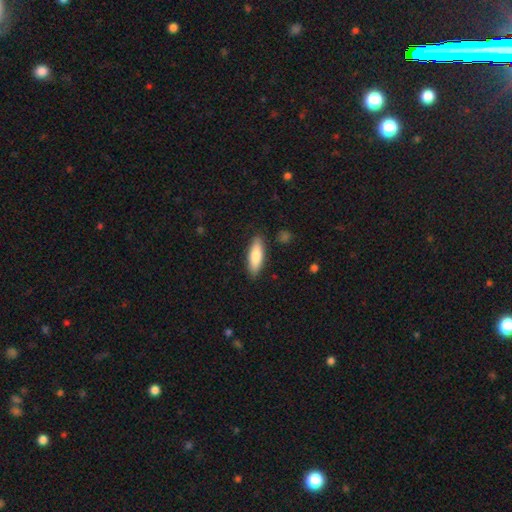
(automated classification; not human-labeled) smooth_or_featured: smooth (p=0.78) [alt: featured or disk p=0.16]
how_rounded: in between (p=0.57) [alt: cigar-shaped p=0.41]
merging: none (p=0.86) [alt: minor disturbance p=0.10]